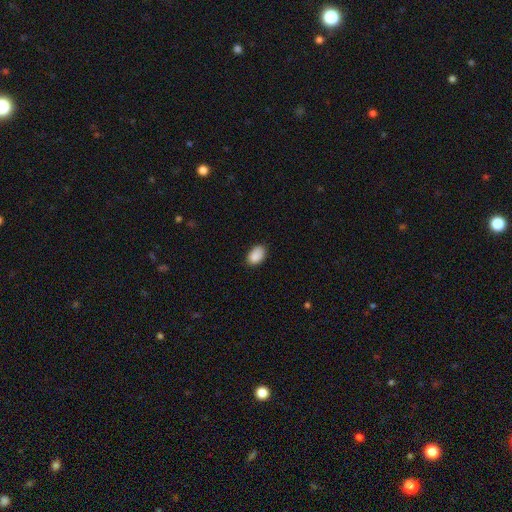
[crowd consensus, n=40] A smooth galaxy with no disk features (98%) that is in between round and cigar-shaped (95%).

Vote fractions:
- Smooth or featured? smooth: 98% / star or artifact: 2% / featured or disk: 0%
- How rounded? in between: 95% / round: 5% / cigar-shaped: 0%
- Merging? none: 77% / minor disturbance: 21% / major disturbance: 3% / merger: 0%